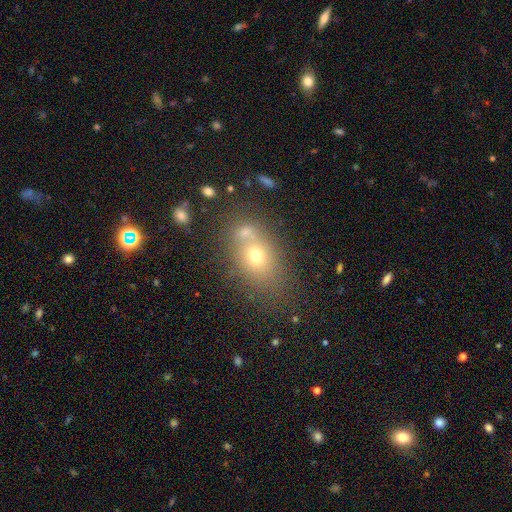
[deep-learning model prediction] Smooth or featured? Predicted: smooth (p=0.64). How rounded? Predicted: in between (p=0.69). Merging? Predicted: none (p=0.49).